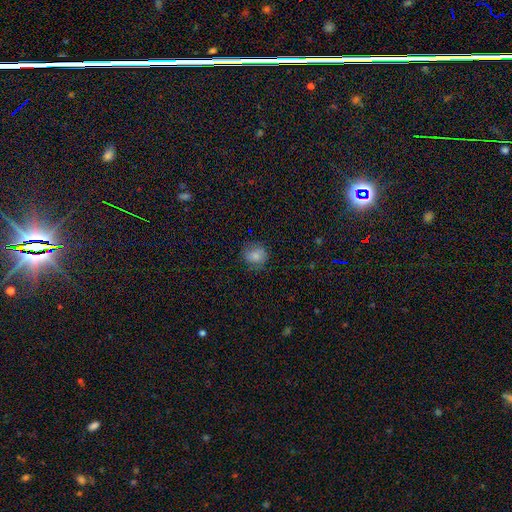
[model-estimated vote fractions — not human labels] Smooth or featured? smooth (80%)
How rounded? round (72%)
Merging? none (78%)